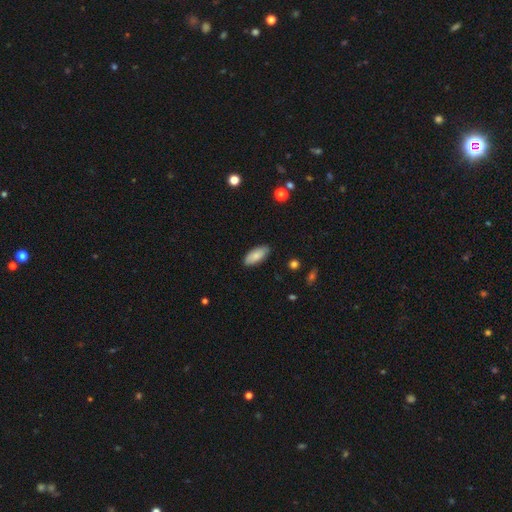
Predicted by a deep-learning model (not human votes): Morphology: type=smooth (83%); roundness=in between (87%); merging=none (86%).